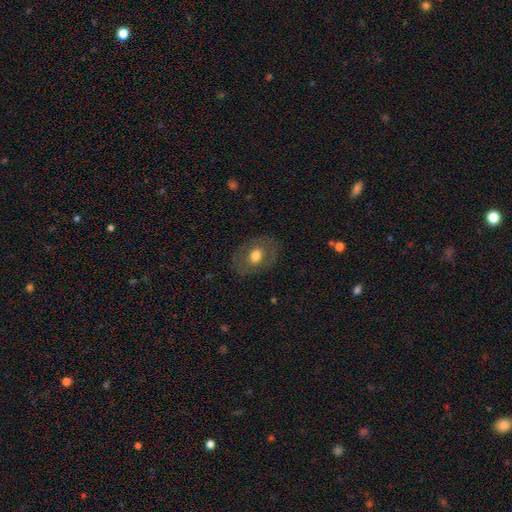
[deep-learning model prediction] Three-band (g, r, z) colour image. It shows a smooth galaxy with no disk features (62%) that is in between round and cigar-shaped (70%). Merging: none (81%).